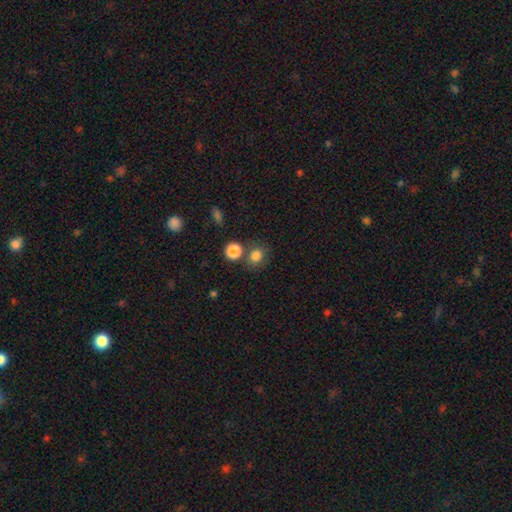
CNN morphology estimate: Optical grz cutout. It shows a smooth galaxy with no disk features (81%) that is round (69%). Merging: none (64%).